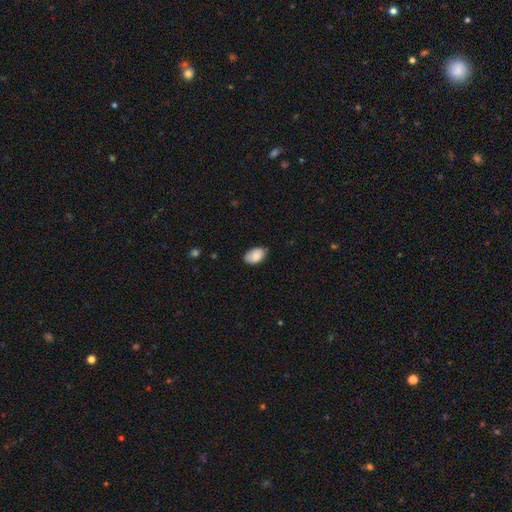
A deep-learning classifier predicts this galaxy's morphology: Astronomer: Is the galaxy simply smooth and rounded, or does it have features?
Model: smooth — 86%.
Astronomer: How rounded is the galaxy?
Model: in between — 92%.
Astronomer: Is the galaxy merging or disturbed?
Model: none — 73%.